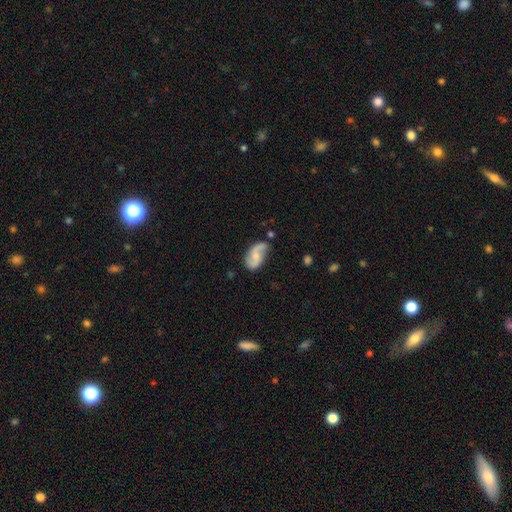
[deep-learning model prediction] Smooth or featured? featured or disk (70%)
Edge-on disk? no (97%)
Bar? no (55%)
Spiral arms? yes (92%)
Spiral winding? loose (58%)
Spiral arm count? 2 (86%)
Bulge size? small (51%)
Merging? none (60%)